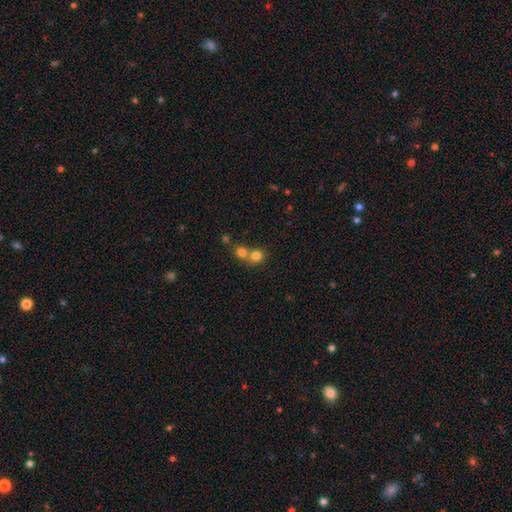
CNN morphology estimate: Smooth or featured? smooth (78%)
How rounded? round (82%)
Merging? merger (52%)